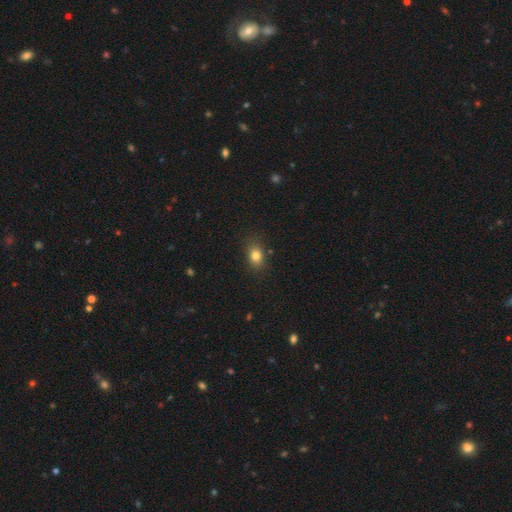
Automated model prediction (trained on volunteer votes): This is clearly a smooth galaxy (82%). How rounded: likely in between (63%). Merging: likely none (80%).